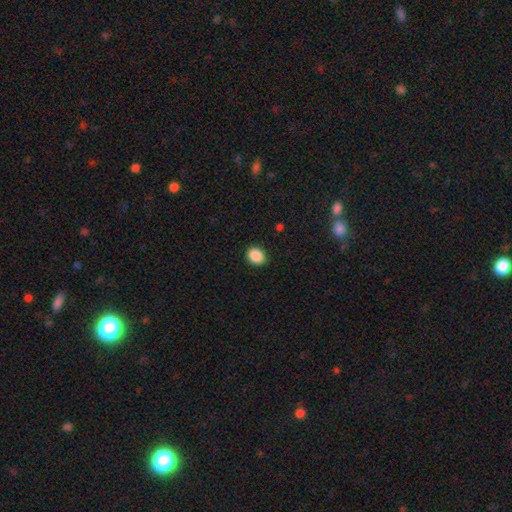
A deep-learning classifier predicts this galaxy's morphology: Smooth or featured? Predicted: smooth (p=0.89). How rounded? Predicted: round (p=0.60). Merging? Predicted: none (p=0.90).